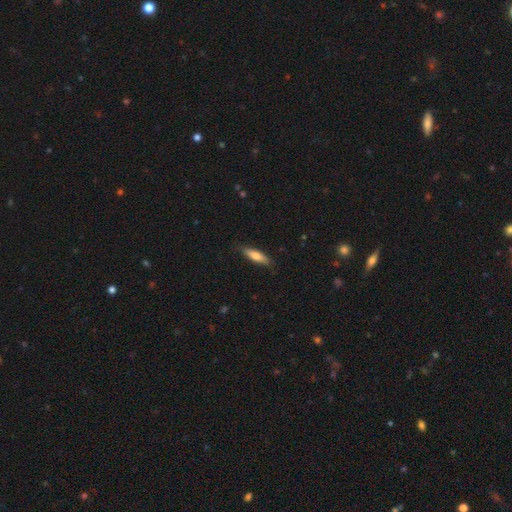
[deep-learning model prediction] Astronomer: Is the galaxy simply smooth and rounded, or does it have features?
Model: smooth — 70%.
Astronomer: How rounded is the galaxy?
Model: cigar-shaped — 68%.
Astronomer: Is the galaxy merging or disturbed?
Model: none — 83%.